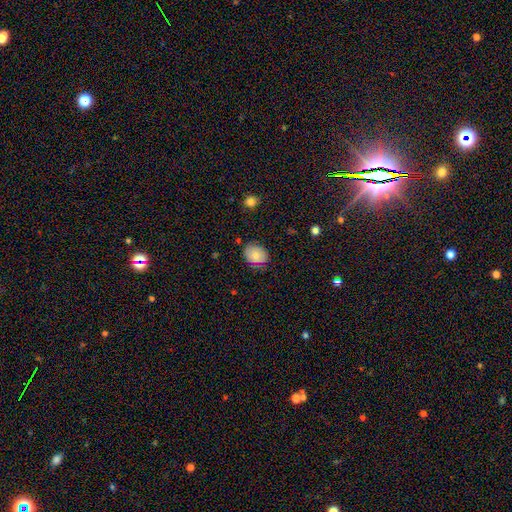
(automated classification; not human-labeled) This is likely a smooth galaxy (71%). How rounded: possibly round (52%). Merging: likely none (76%).